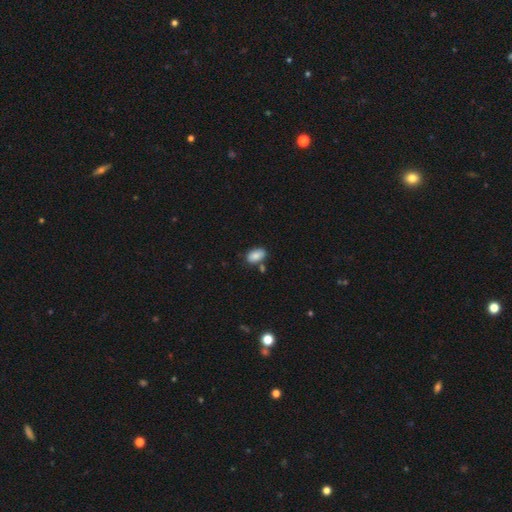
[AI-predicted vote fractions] Overall: smooth (85%). How rounded: in between (93%). Merging: none (71%).